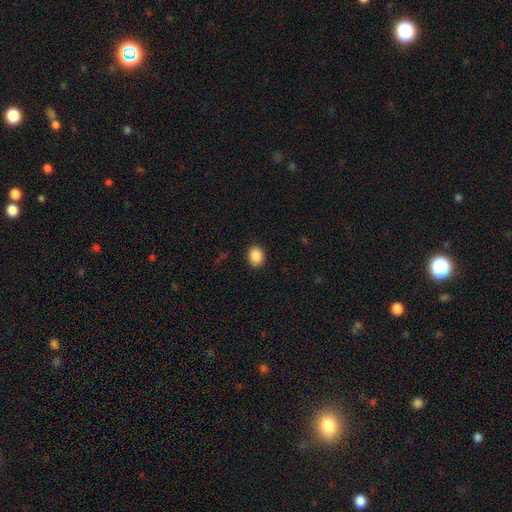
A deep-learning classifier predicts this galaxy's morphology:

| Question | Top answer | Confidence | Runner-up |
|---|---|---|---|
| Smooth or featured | smooth | 88% | star or artifact (9%) |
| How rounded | round | 50% | in between (49%) |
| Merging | none | 90% | minor disturbance (7%) |